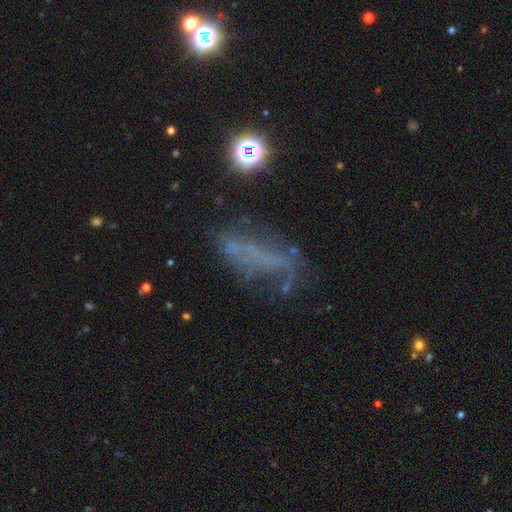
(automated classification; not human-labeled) Overall: featured or disk (44%; smooth 29%). Merging: none (40%; major disturbance 30%).